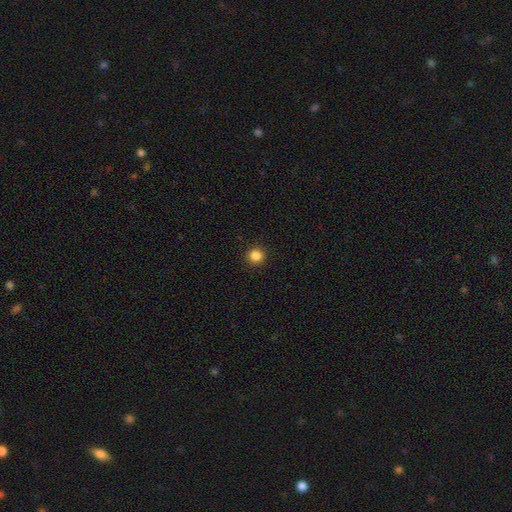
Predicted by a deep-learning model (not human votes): Smooth or featured? smooth (85%)
How rounded? round (94%)
Merging? none (93%)